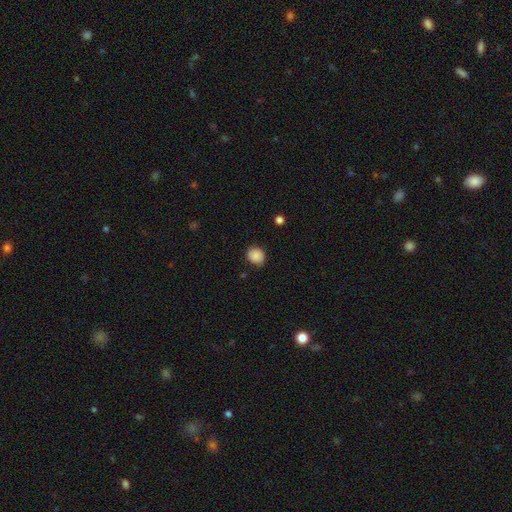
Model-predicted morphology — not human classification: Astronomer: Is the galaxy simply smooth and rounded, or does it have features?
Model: smooth — 88%.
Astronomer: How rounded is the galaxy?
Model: round — 76%.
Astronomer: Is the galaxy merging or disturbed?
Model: none — 82%.